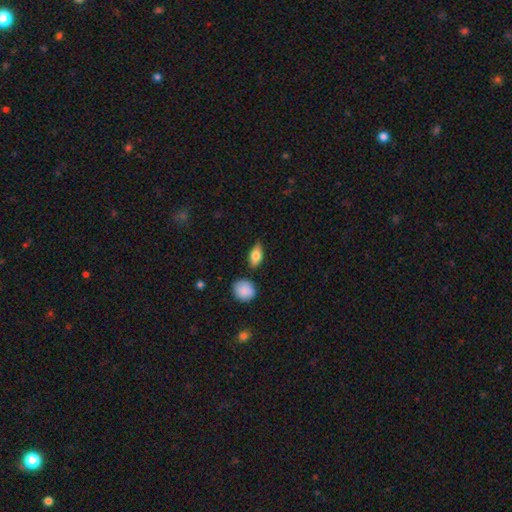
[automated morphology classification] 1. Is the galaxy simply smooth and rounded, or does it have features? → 73% smooth, 20% featured or disk, 7% star or artifact.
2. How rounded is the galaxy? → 82% in between, 11% cigar-shaped, 7% round.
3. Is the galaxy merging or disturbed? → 76% none, 17% minor disturbance, 4% major disturbance, 4% merger.